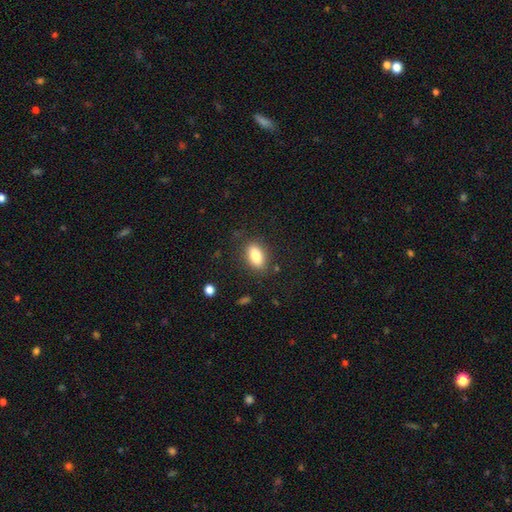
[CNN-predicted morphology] Smooth or featured?
  - smooth: 83% *
  - featured or disk: 9%
  - star or artifact: 8%
How rounded?
  - in between: 88% *
  - round: 7%
  - cigar-shaped: 5%
Merging?
  - none: 84% *
  - minor disturbance: 11%
  - major disturbance: 4%
  - merger: 2%